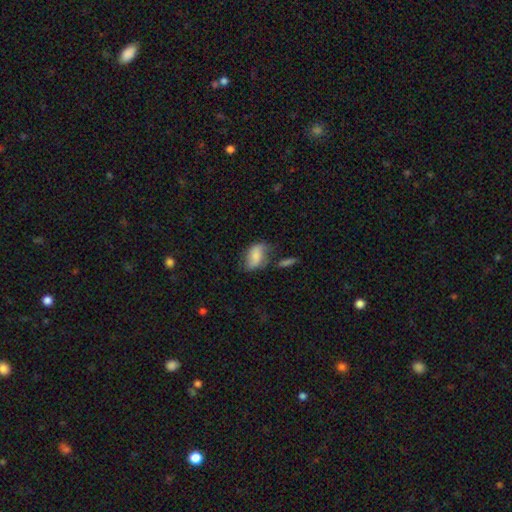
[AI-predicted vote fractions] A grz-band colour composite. It shows a smooth galaxy with no disk features (64%) that is in between round and cigar-shaped (88%). Merging: none (41%).